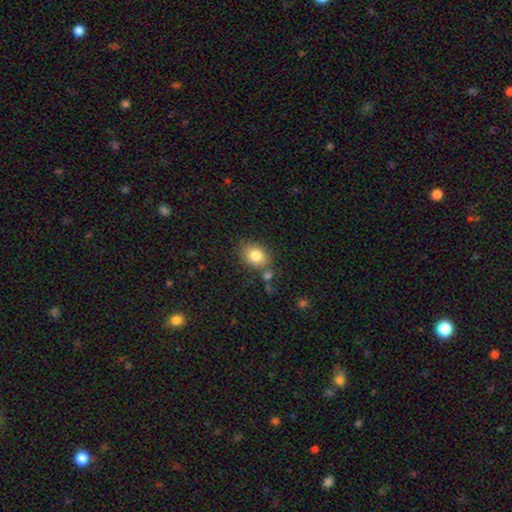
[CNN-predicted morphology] Smooth or featured?
  - smooth: 82% *
  - star or artifact: 9%
  - featured or disk: 9%
How rounded?
  - in between: 59% *
  - round: 40%
  - cigar-shaped: 1%
Merging?
  - none: 72% *
  - minor disturbance: 15%
  - merger: 9%
  - major disturbance: 4%